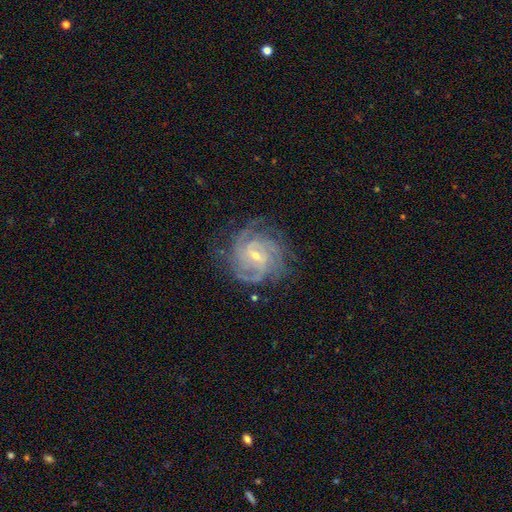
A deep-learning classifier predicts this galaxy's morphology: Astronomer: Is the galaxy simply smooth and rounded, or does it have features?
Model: featured or disk — 90%.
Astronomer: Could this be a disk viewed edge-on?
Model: no — 98%.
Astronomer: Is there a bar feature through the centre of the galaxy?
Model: weak — 54%.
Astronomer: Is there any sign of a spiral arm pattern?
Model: yes — 98%.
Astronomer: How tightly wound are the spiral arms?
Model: tight — 67%.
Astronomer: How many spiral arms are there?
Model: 3 — 24% (runner-up: 4, 23%).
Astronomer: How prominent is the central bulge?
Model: small — 68%.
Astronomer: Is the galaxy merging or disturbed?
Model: none — 76%.